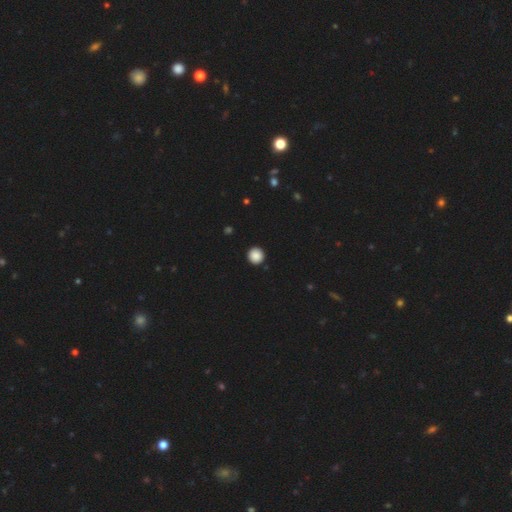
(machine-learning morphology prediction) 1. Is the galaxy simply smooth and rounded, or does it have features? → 88% smooth, 9% star or artifact, 3% featured or disk.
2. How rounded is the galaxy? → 95% round, 4% in between, 1% cigar-shaped.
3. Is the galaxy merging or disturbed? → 93% none, 4% minor disturbance, 1% major disturbance, 1% merger.